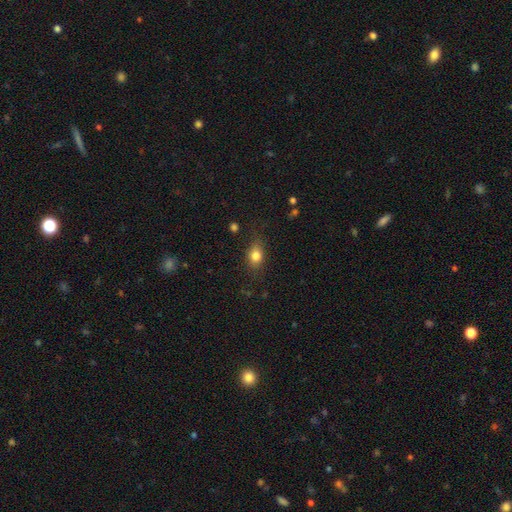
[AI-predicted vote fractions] Smooth or featured: smooth — 80% (star or artifact — 10%)
How rounded: in between — 63% (round — 33%)
Merging: none — 72% (minor disturbance — 20%)